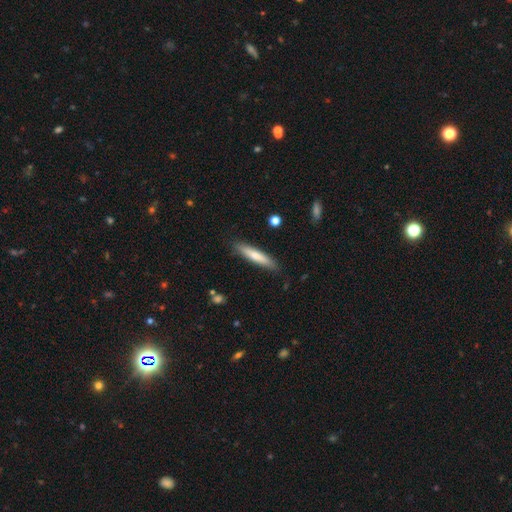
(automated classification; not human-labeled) Smooth or featured: smooth — 69% (featured or disk — 25%)
How rounded: cigar-shaped — 89% (in between — 10%)
Merging: none — 87% (minor disturbance — 10%)